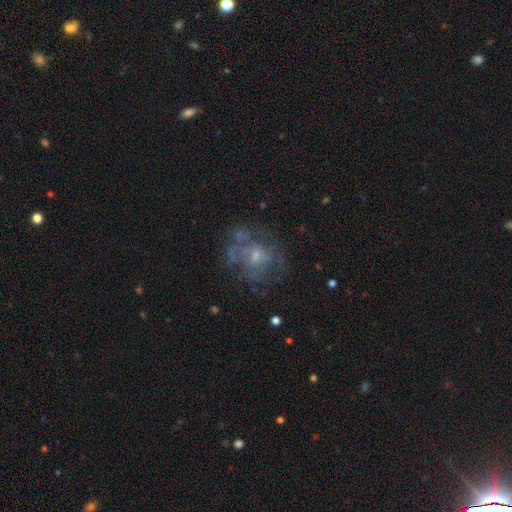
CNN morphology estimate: Q: Smooth or featured?
A: featured or disk (62%); runner-up: smooth (22%)
Q: Edge-on disk?
A: no (97%); runner-up: yes (3%)
Q: Bar?
A: no (77%); runner-up: weak (20%)
Q: Spiral arms?
A: no (60%); runner-up: yes (40%)
Q: Bulge size?
A: small (54%); runner-up: moderate (31%)
Q: Merging?
A: none (57%); runner-up: major disturbance (21%)